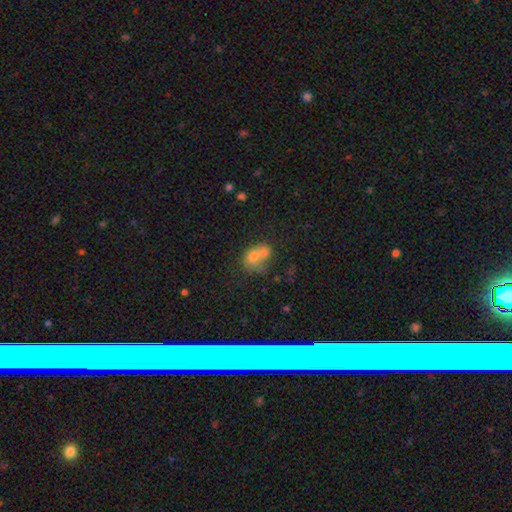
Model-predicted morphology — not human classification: Smooth or featured? Predicted: smooth (p=0.70). How rounded? Predicted: in between (p=0.64). Merging? Predicted: merger (p=0.55).